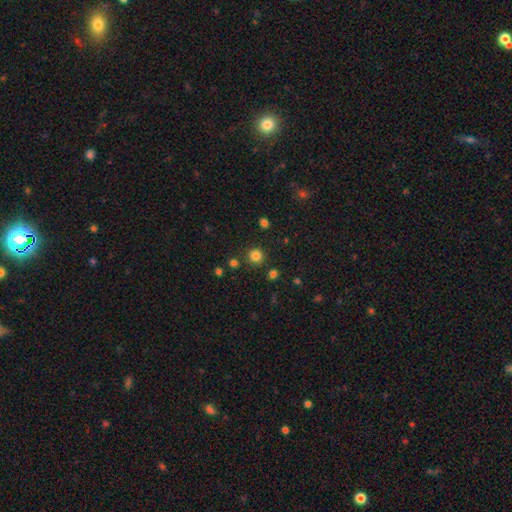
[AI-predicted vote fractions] A smooth galaxy with no disk features (82%) that is round (94%). Merging: none (87%).